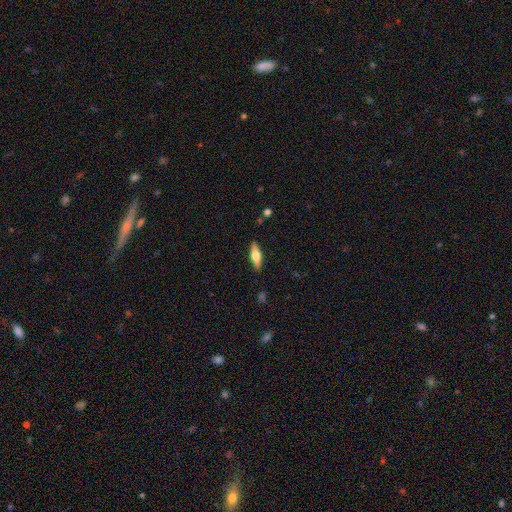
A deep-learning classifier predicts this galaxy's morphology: The model was most divided on "smooth or featured": smooth: 50%, featured or disk: 44%, star or artifact: 6%. More confident: merging — none (88%).